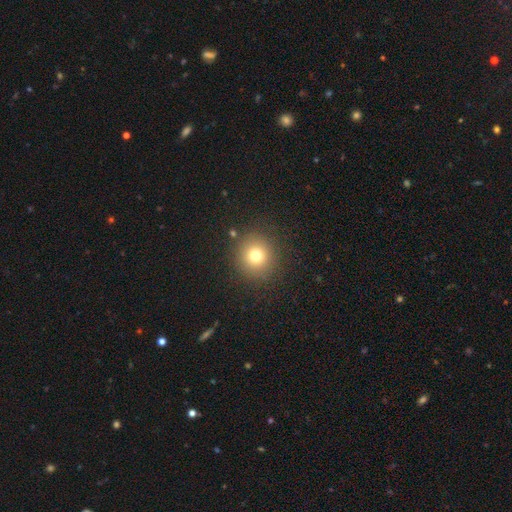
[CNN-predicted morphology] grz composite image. It shows a smooth galaxy with no disk features (74%) that is round (93%). Merging: none (88%).